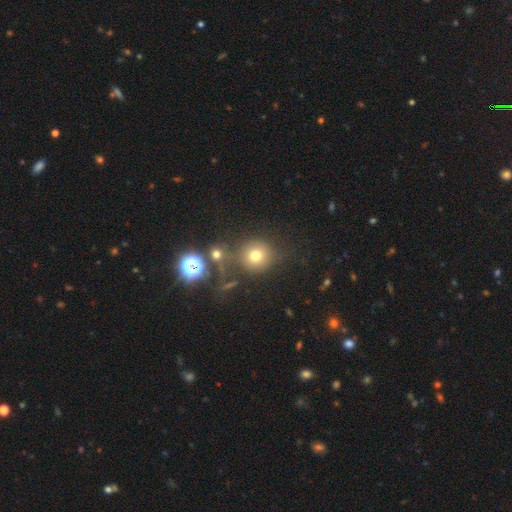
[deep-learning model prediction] Morphology: type=smooth (71%); roundness=round (92%); merging=none (71%).